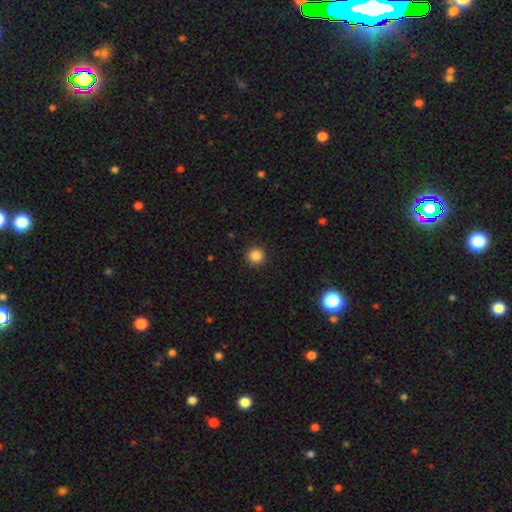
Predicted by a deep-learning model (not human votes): This appears to be a smooth galaxy with no disk features (86%) that is round (95%). Merging: none (92%).